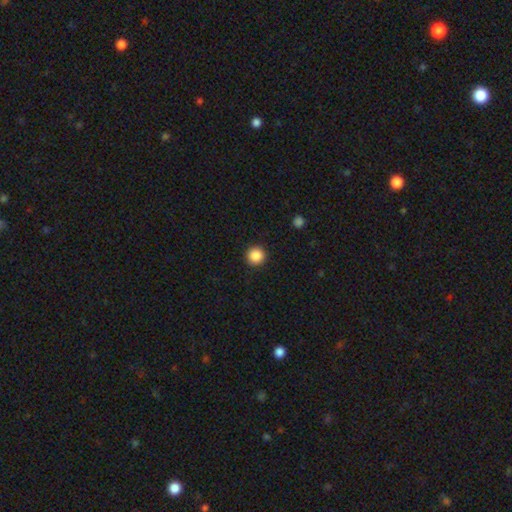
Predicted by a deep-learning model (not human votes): This appears to be a smooth galaxy with no disk features (88%) that is round (96%). Merging: none (93%).